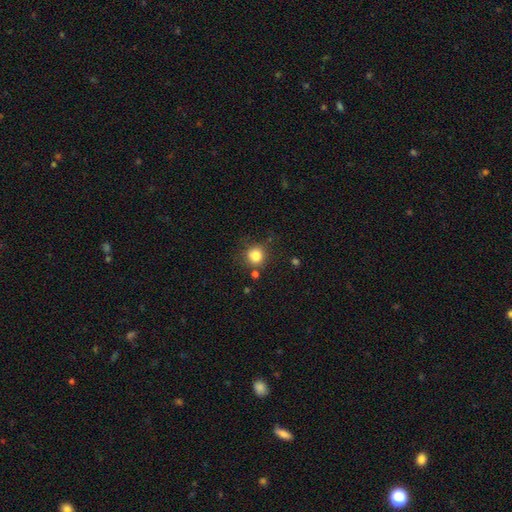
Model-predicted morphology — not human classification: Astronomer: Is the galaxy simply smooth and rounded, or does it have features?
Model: smooth — 82%.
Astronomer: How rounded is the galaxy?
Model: round — 88%.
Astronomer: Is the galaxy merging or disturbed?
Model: none — 77%.